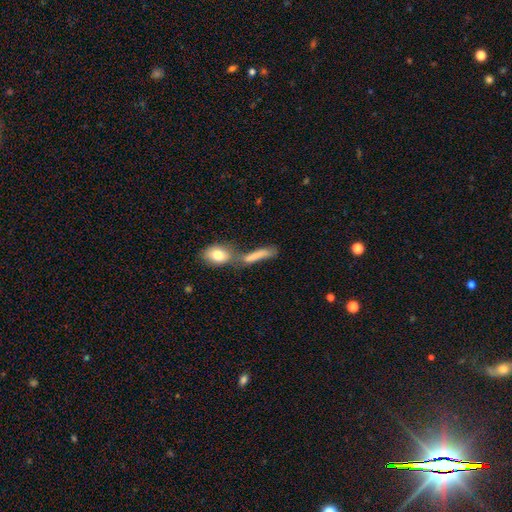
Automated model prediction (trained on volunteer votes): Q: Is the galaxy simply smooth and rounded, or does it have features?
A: smooth — 77%.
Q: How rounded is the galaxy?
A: cigar-shaped — 63%.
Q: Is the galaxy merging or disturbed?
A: none — 42%.